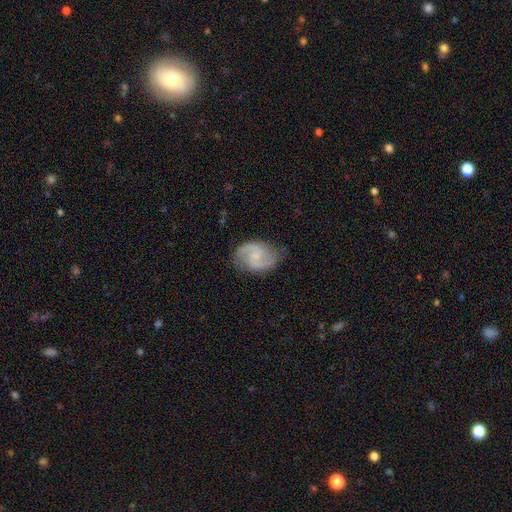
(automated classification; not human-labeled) Smooth or featured?
  - featured or disk: 83% *
  - smooth: 12%
  - star or artifact: 5%
Edge-on disk?
  - no: 98% *
  - yes: 2%
Bar?
  - no: 51% *
  - weak: 42%
  - strong: 7%
Spiral arms?
  - yes: 96% *
  - no: 4%
Spiral winding?
  - medium: 55% *
  - loose: 24%
  - tight: 21%
Spiral arm count?
  - 2: 92% *
  - can't tell: 3%
  - 1: 1%
  - 3: 1%
  - 4: 1%
  - more than 4: 1%
Bulge size?
  - small: 66% *
  - moderate: 23%
  - none: 9%
  - large: 1%
  - dominant: 1%
Merging?
  - none: 80% *
  - minor disturbance: 15%
  - major disturbance: 4%
  - merger: 1%